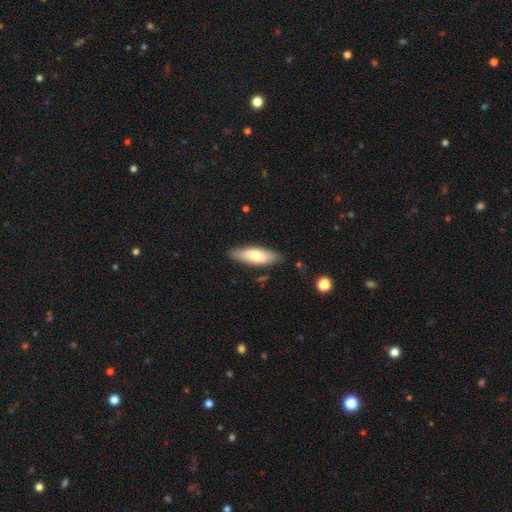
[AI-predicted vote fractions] smooth-or-featured: smooth: 68% | featured or disk: 26% | star or artifact: 6%
  how-rounded: in between: 58% | cigar-shaped: 41% | round: 2%
  merging: none: 83% | minor disturbance: 13% | major disturbance: 2% | merger: 2%